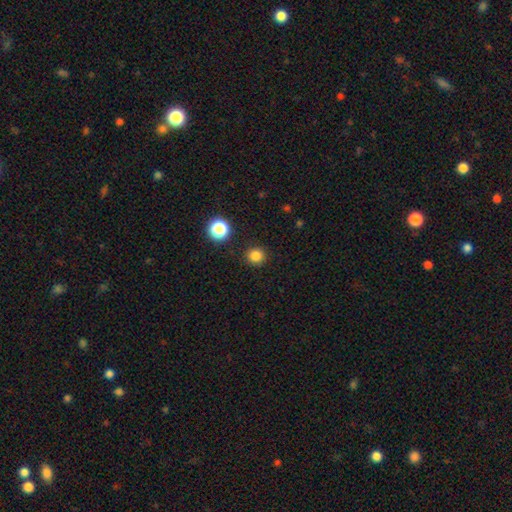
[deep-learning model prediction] Overall: smooth (83%). How rounded: round (94%). Merging: none (91%).